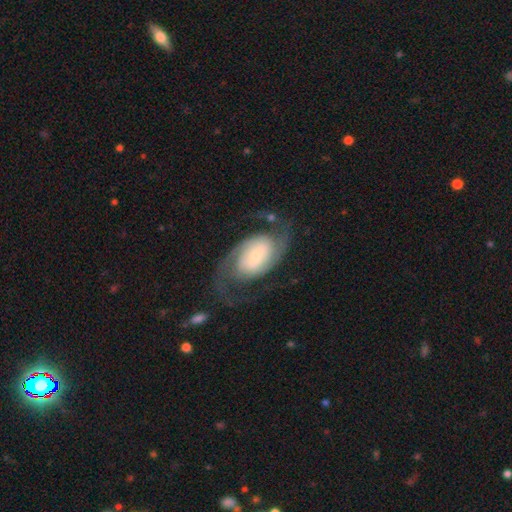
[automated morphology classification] A featured or disk galaxy (83%) with no bar (49%), 2 (92%) medium (48%) spiral arms (96%) and a small central bulge (41%). Merging: none (64%).